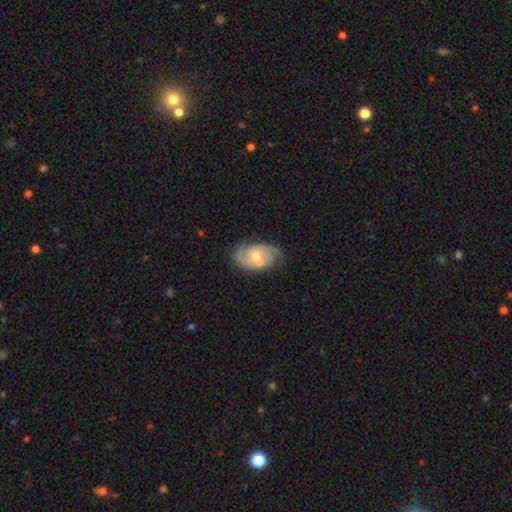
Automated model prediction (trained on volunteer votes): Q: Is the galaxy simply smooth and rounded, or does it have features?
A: featured or disk — 71%.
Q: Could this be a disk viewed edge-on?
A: no — 97%.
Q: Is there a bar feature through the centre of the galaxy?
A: no — 57%.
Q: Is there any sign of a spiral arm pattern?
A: yes — 87%.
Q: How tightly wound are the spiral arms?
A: medium — 49%.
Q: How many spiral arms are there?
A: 2 — 82%.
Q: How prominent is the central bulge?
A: moderate — 47%.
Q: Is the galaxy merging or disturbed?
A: none — 50%.